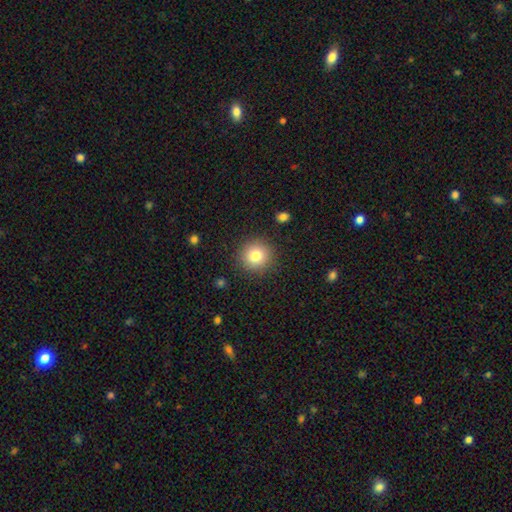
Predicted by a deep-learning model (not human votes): This is clearly a smooth galaxy (80%). How rounded: clearly round (93%). Merging: clearly none (90%).